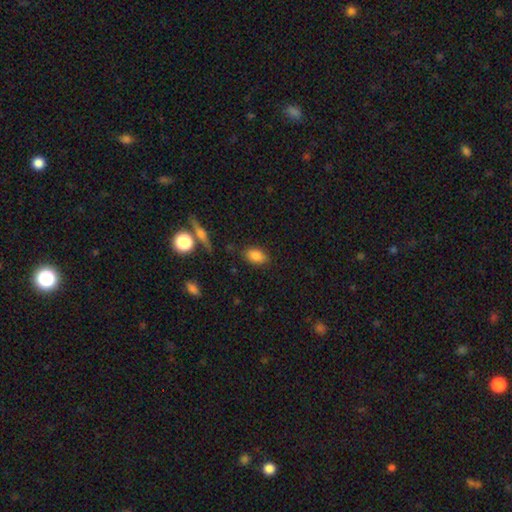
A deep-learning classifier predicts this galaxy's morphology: The model was most divided on "merging": none: 83%, minor disturbance: 11%, major disturbance: 3%, merger: 3%. More confident: how rounded — in between (87%); smooth or featured — smooth (83%).